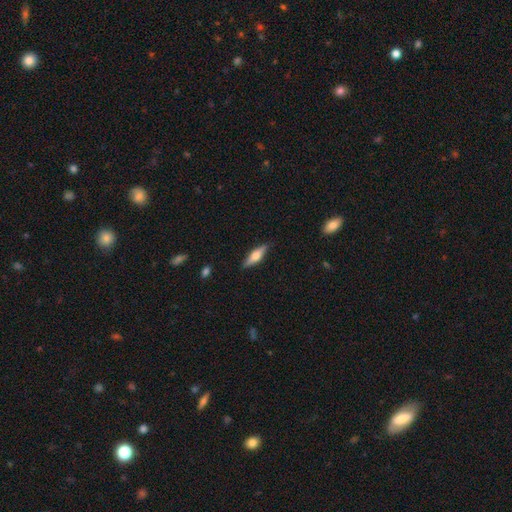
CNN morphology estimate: type=featured or disk (47%, tied with smooth); merging=none (87%).